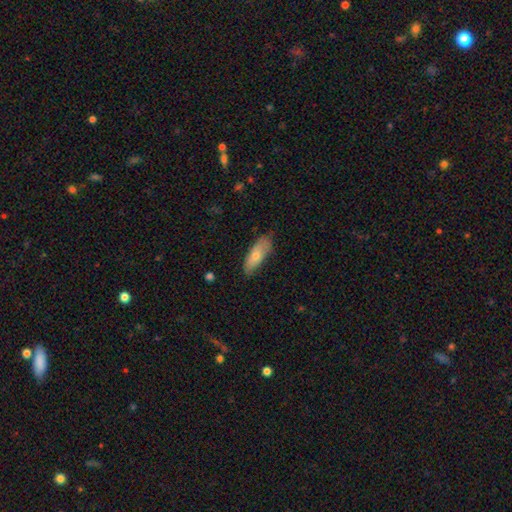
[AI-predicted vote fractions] Smooth or featured? smooth (68%)
How rounded? in between (62%)
Merging? none (76%)